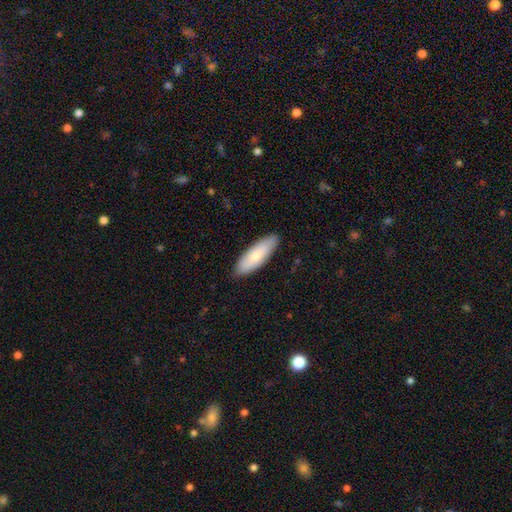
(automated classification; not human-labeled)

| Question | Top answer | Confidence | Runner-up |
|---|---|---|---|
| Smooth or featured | smooth | 79% | featured or disk (16%) |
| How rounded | in between | 58% | cigar-shaped (40%) |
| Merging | none | 87% | minor disturbance (10%) |